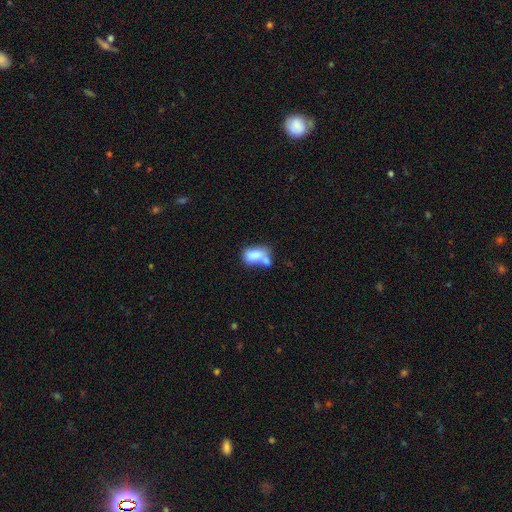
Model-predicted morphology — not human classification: Smooth or featured: smooth — 74% (featured or disk — 17%)
How rounded: in between — 85% (round — 12%)
Merging: merger — 56% (none — 21%)